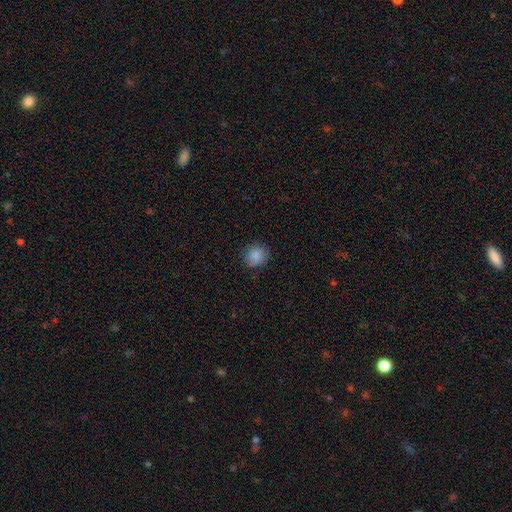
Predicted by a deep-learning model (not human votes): Smooth or featured: smooth — 87% (star or artifact — 9%)
How rounded: round — 87% (in between — 12%)
Merging: none — 86% (minor disturbance — 10%)